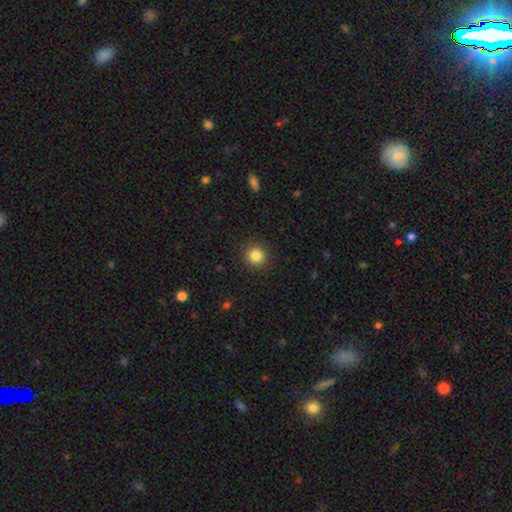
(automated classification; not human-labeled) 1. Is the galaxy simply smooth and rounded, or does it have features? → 84% smooth, 11% star or artifact, 4% featured or disk.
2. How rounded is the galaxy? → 93% round, 6% in between, 1% cigar-shaped.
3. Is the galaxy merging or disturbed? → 91% none, 6% minor disturbance, 2% major disturbance, 1% merger.